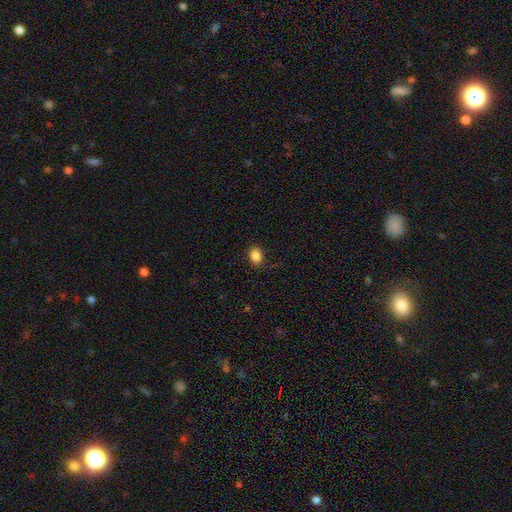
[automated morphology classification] type=smooth (86%); roundness=in between (57%); merging=none (86%).